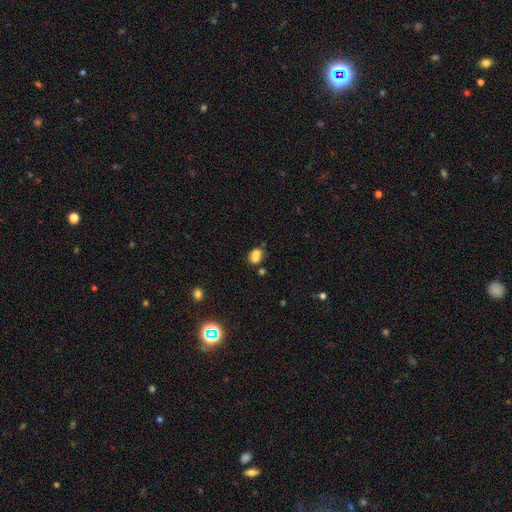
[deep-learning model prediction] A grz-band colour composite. It shows a smooth galaxy with no disk features (72%) that is in between round and cigar-shaped (53%). Merging: merger (45%).